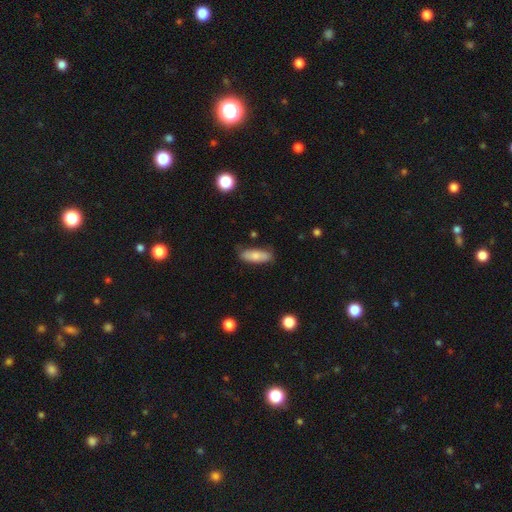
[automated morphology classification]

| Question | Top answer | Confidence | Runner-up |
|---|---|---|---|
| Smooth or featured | smooth | 77% | featured or disk (17%) |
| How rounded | in between | 60% | cigar-shaped (37%) |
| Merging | none | 77% | minor disturbance (18%) |